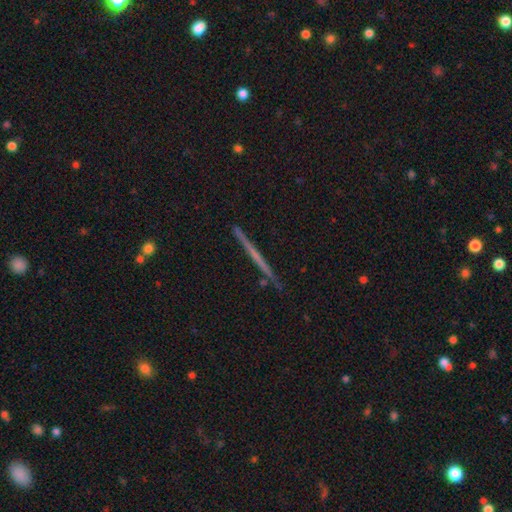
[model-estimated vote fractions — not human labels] This is likely a featured or disk galaxy (61%). It is clearly viewed edge-on (98%). Edge-on bulge: clearly none (86%). Merging: clearly none (91%).